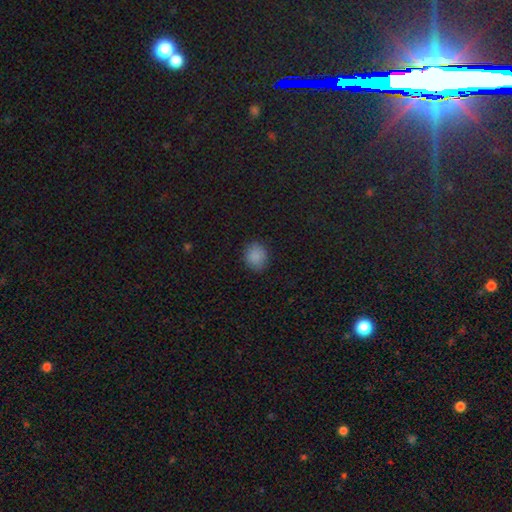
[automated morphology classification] A smooth galaxy with no disk features (86%) that is round (74%).

Vote fractions:
- Smooth or featured? smooth: 86% / star or artifact: 10% / featured or disk: 4%
- How rounded? round: 74% / in between: 25% / cigar-shaped: 1%
- Merging? none: 85% / minor disturbance: 11% / major disturbance: 3% / merger: 1%